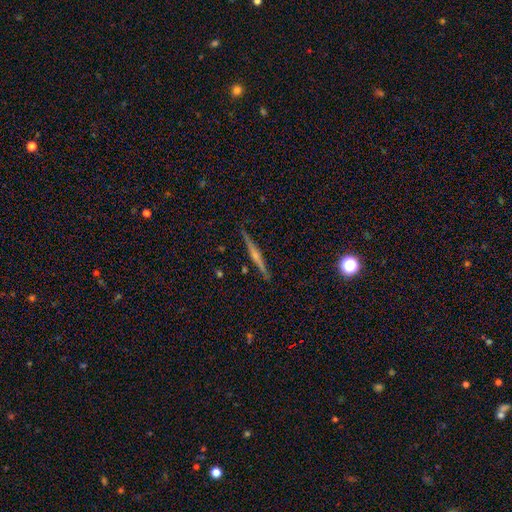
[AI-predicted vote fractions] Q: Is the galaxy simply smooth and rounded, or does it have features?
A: featured or disk — 72%.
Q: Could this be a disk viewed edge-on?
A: yes — 98%.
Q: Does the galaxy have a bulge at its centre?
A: rounded — 67%.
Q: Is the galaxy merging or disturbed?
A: none — 91%.